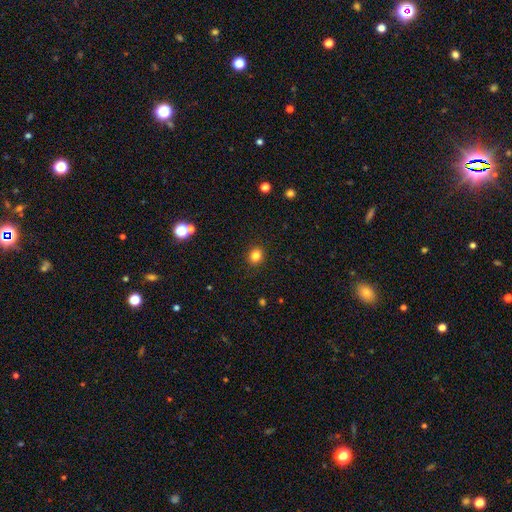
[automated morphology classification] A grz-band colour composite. It shows a smooth galaxy with no disk features (83%) that is round (81%). Merging: none (90%).